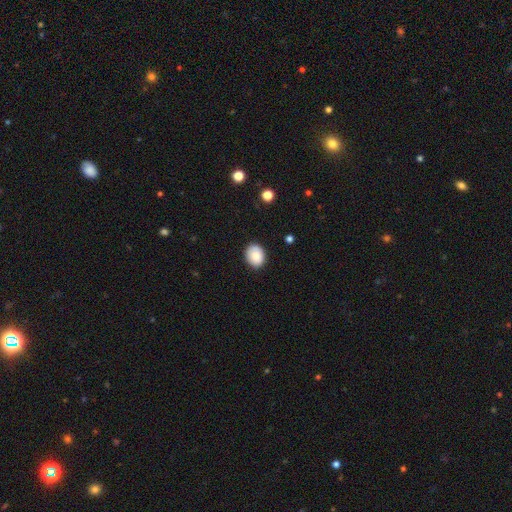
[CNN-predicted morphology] The model was most divided on "how rounded": in between: 53%, round: 47%, cigar-shaped: 1%. More confident: smooth or featured — smooth (86%); merging — none (82%).